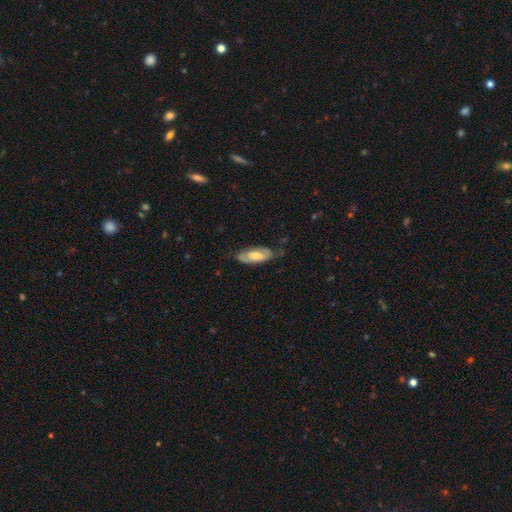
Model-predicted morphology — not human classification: Smooth or featured: smooth — 52% (featured or disk — 42%)
How rounded: in between — 75% (cigar-shaped — 23%)
Merging: none — 62% (minor disturbance — 29%)